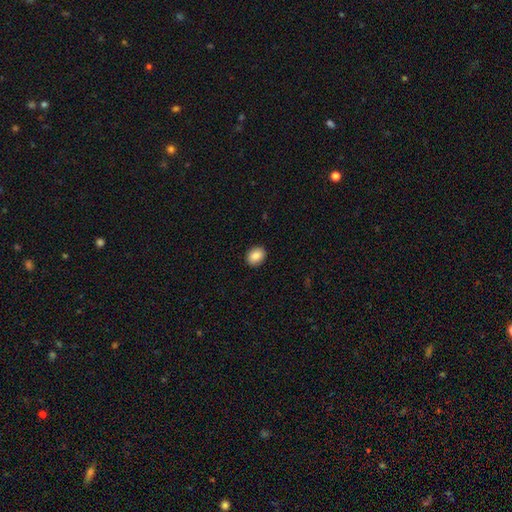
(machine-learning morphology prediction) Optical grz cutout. It shows a smooth galaxy with no disk features (87%) that is round (52%). Merging: none (91%).